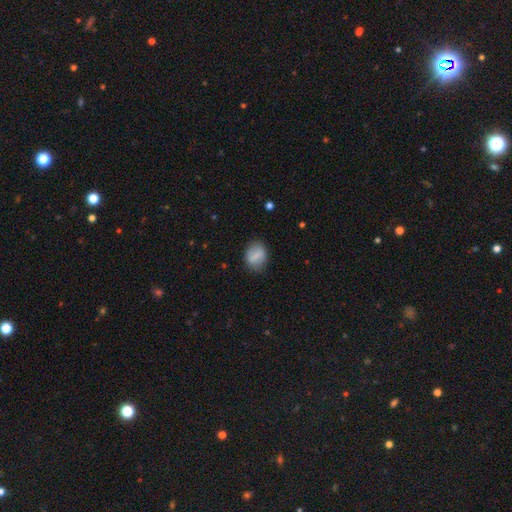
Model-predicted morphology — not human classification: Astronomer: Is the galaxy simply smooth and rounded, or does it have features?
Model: smooth — 73%.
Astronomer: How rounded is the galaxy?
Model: in between — 60% (runner-up: round, 37%).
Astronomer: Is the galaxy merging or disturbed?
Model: none — 79%.